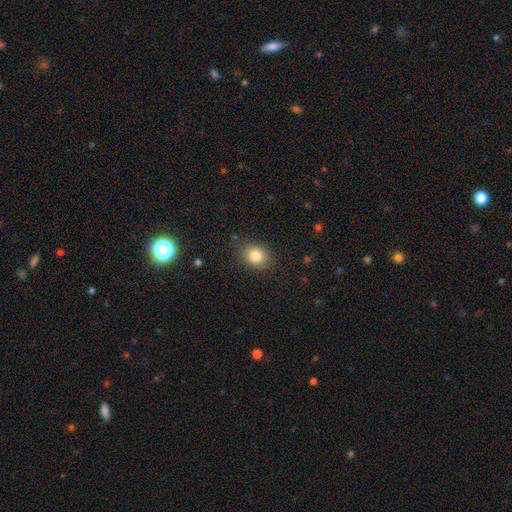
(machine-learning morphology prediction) Smooth or featured?
  - smooth: 83% *
  - star or artifact: 10%
  - featured or disk: 7%
How rounded?
  - round: 59% *
  - in between: 40%
  - cigar-shaped: 1%
Merging?
  - none: 83% *
  - minor disturbance: 12%
  - major disturbance: 3%
  - merger: 1%